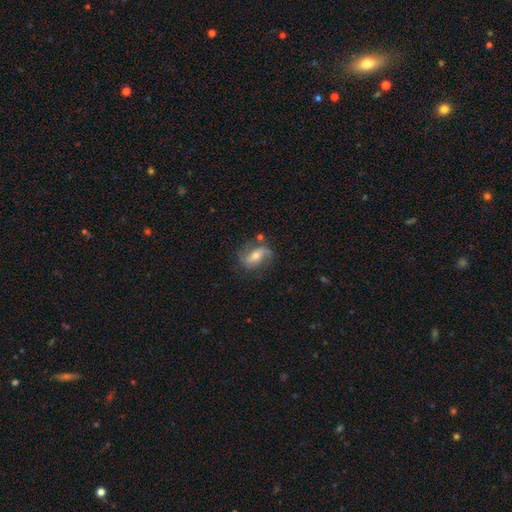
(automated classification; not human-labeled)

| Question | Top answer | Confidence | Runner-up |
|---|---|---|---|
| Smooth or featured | featured or disk | 68% | smooth (24%) |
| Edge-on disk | no | 94% | yes (6%) |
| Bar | no | 35% | weak (34%) |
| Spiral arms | yes | 87% | no (13%) |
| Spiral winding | loose | 51% | medium (33%) |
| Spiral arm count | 2 | 82% | can't tell (7%) |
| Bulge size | moderate | 58% | small (36%) |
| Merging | none | 66% | minor disturbance (20%) |